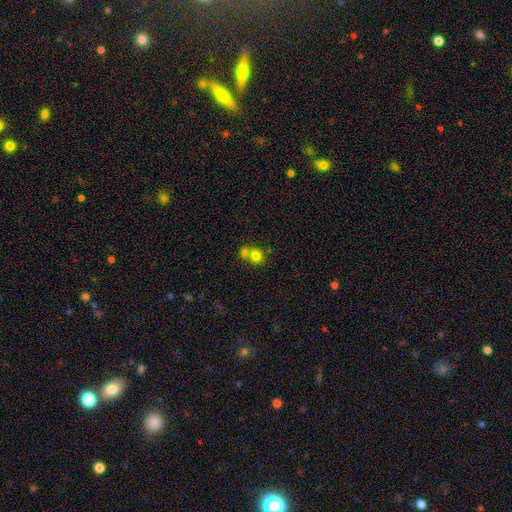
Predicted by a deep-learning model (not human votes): Smooth or featured? smooth (78%)
How rounded? round (81%)
Merging? merger (51%)